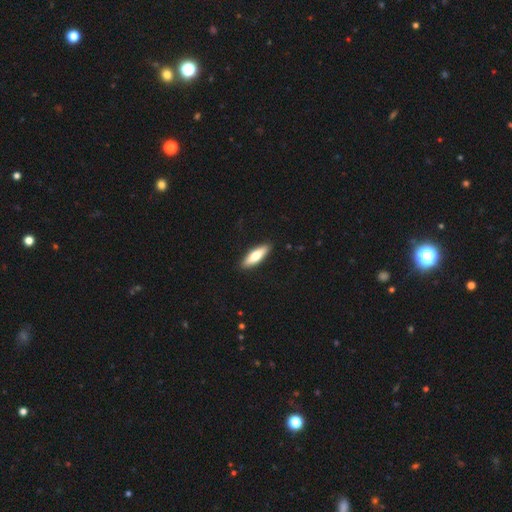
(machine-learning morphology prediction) The model was most divided on "how rounded": cigar-shaped: 53%, in between: 45%, round: 2%. More confident: merging — none (90%); smooth or featured — smooth (68%).